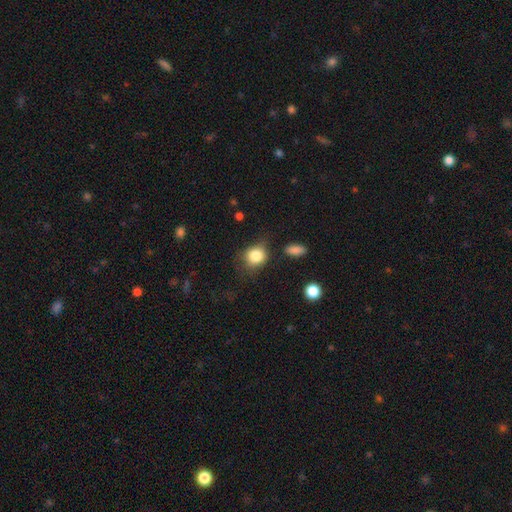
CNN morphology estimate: Overall: smooth (83%). How rounded: round (67%; in between 32%). Merging: none (64%).